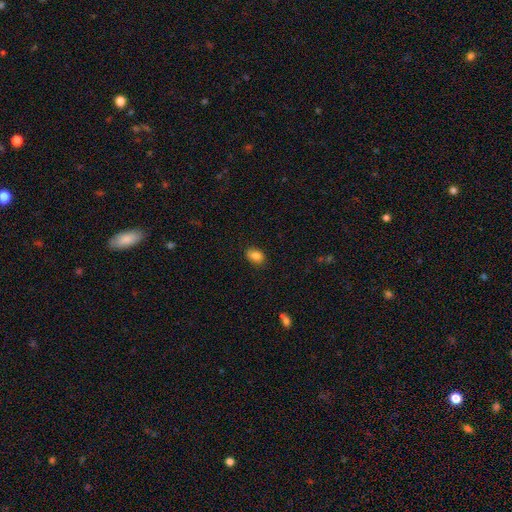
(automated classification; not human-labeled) This appears to be a smooth galaxy with no disk features (85%) that is in between round and cigar-shaped (76%). Merging: none (80%).